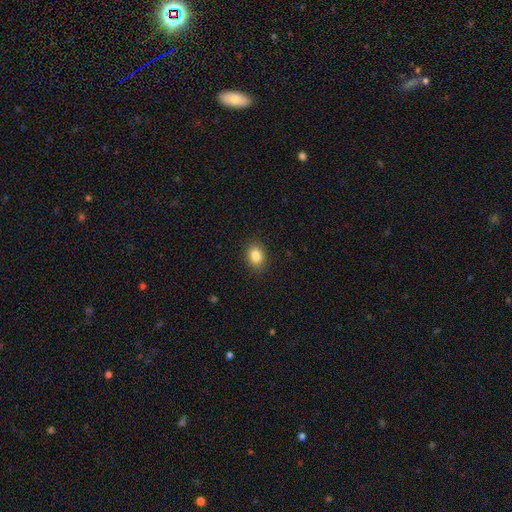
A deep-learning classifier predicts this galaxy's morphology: A smooth galaxy with no disk features (85%) that is in between round and cigar-shaped (65%). Merging: none (89%).